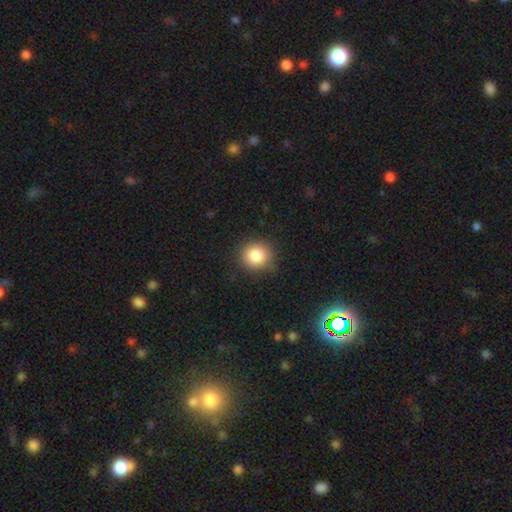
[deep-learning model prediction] The model was most divided on "smooth or featured": smooth: 84%, star or artifact: 10%, featured or disk: 6%. More confident: how rounded — round (89%); merging — none (87%).